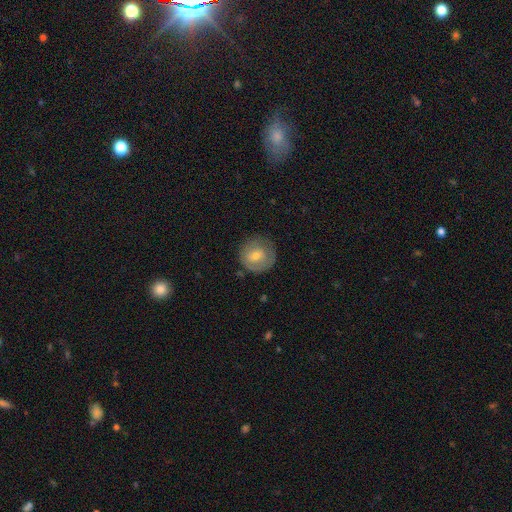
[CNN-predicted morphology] Smooth or featured? smooth (55%)
How rounded? round (90%)
Merging? none (74%)